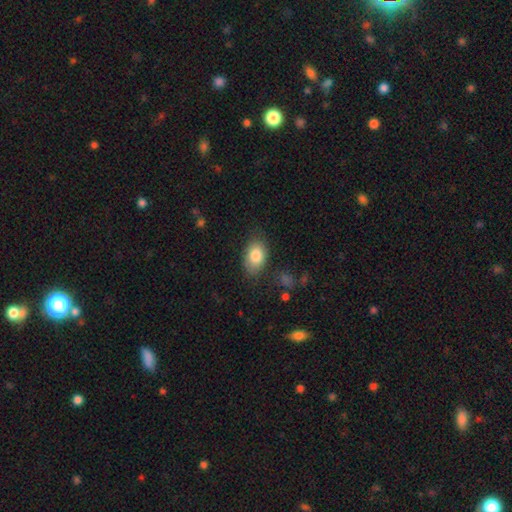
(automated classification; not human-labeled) smooth-or-featured: smooth: 83% | featured or disk: 10% | star or artifact: 7%
  how-rounded: in between: 88% | round: 11% | cigar-shaped: 1%
  merging: none: 77% | minor disturbance: 16% | major disturbance: 5% | merger: 2%